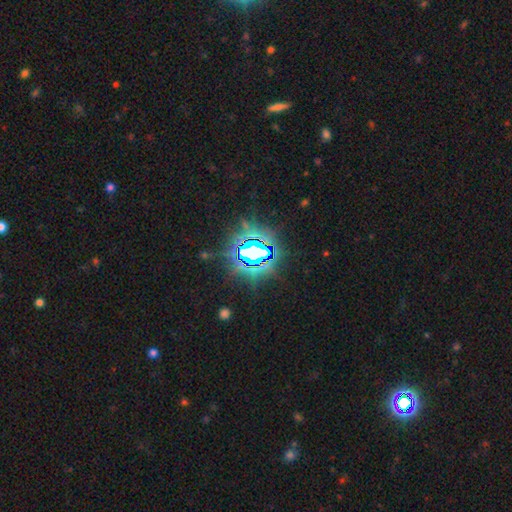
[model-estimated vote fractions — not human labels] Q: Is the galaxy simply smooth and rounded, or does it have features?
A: star or artifact — 84%.